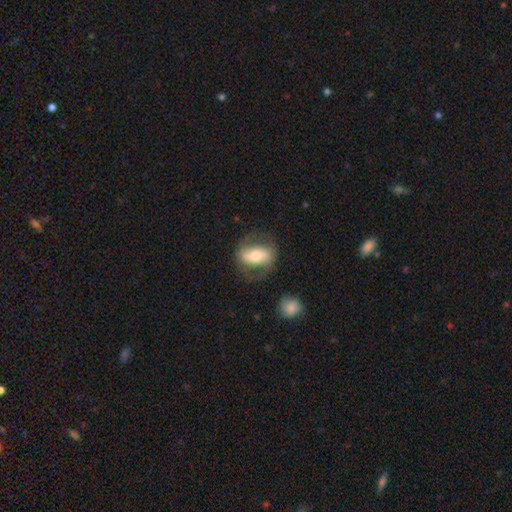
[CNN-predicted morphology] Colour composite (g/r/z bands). It shows a featured or disk galaxy (53%). Merging: none (68%).